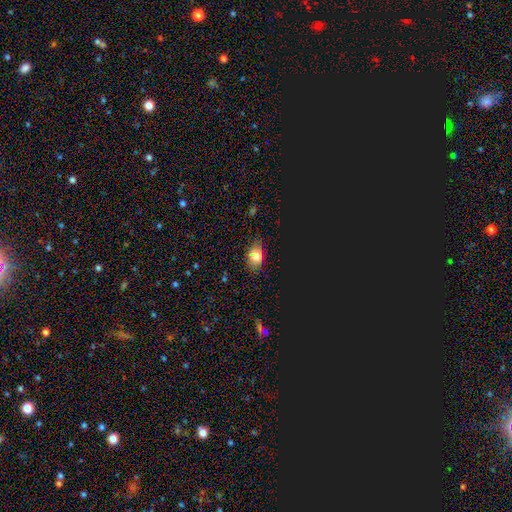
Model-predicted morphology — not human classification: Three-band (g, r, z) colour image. It shows a smooth galaxy with no disk features (68%) that is in between round and cigar-shaped (75%). Merging: none (78%).